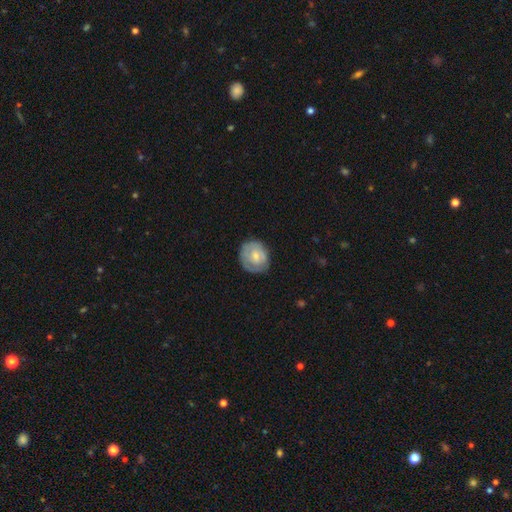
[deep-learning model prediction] Morphology: type=featured or disk (49%); merging=none (70%).